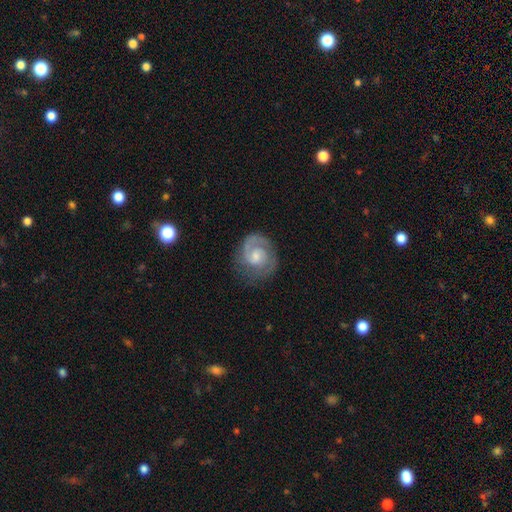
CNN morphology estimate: Smooth or featured?
  - featured or disk: 78% *
  - smooth: 17%
  - star or artifact: 5%
Edge-on disk?
  - no: 98% *
  - yes: 2%
Bar?
  - no: 59% *
  - weak: 36%
  - strong: 5%
Spiral arms?
  - yes: 94% *
  - no: 6%
Spiral winding?
  - tight: 54% *
  - medium: 36%
  - loose: 10%
Spiral arm count?
  - 2: 57% *
  - 1: 23%
  - can't tell: 12%
  - 3: 6%
  - 4: 2%
  - more than 4: 2%
Bulge size?
  - moderate: 45% *
  - small: 35%
  - none: 9%
  - large: 9%
  - dominant: 1%
Merging?
  - none: 71% *
  - minor disturbance: 18%
  - major disturbance: 9%
  - merger: 1%